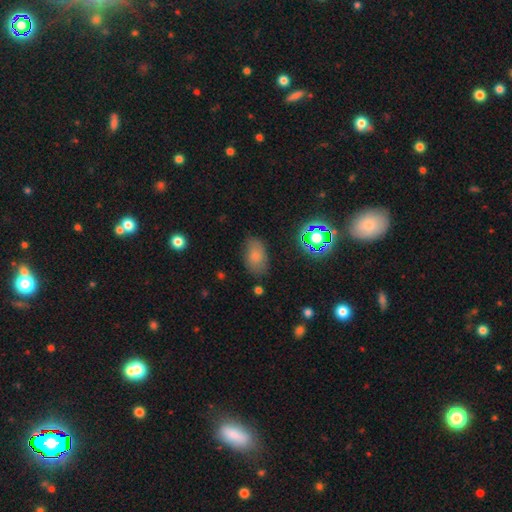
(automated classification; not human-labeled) Smooth or featured? Predicted: smooth (p=0.74). How rounded? Predicted: in between (p=0.89). Merging? Predicted: none (p=0.75).